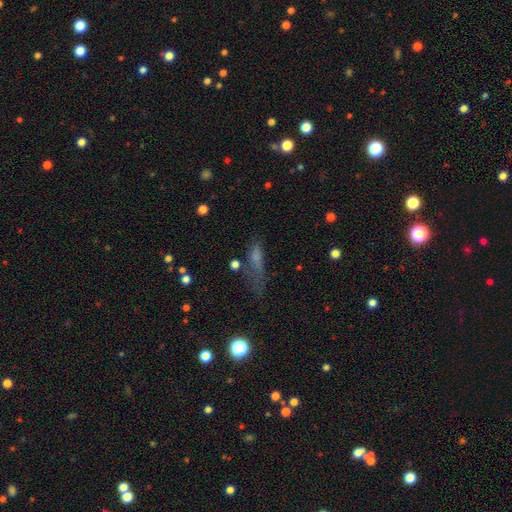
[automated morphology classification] The model was most divided on "merging": none: 37%, major disturbance: 32%, minor disturbance: 25%, merger: 6%. More confident: how rounded — cigar-shaped (56%); smooth or featured — smooth (56%).